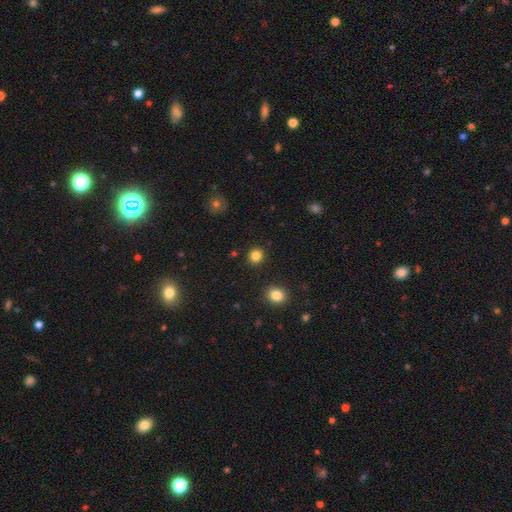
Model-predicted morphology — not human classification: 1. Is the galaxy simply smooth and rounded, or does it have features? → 84% smooth, 12% star or artifact, 4% featured or disk.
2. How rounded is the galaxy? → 86% round, 13% in between, 1% cigar-shaped.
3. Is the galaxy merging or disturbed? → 91% none, 5% minor disturbance, 2% major disturbance, 2% merger.